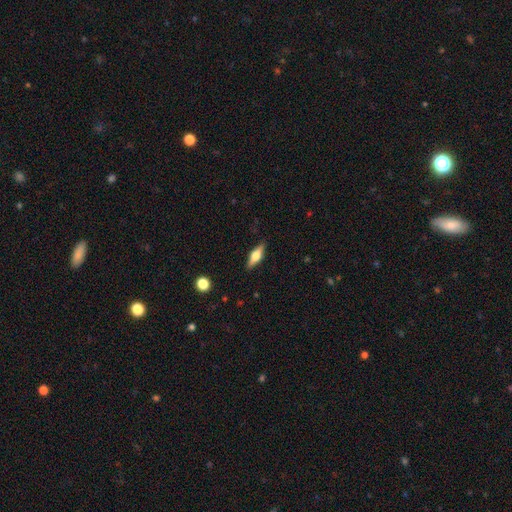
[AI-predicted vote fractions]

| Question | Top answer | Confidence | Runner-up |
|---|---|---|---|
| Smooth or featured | featured or disk | 49% | smooth (44%) |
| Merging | none | 88% | minor disturbance (9%) |